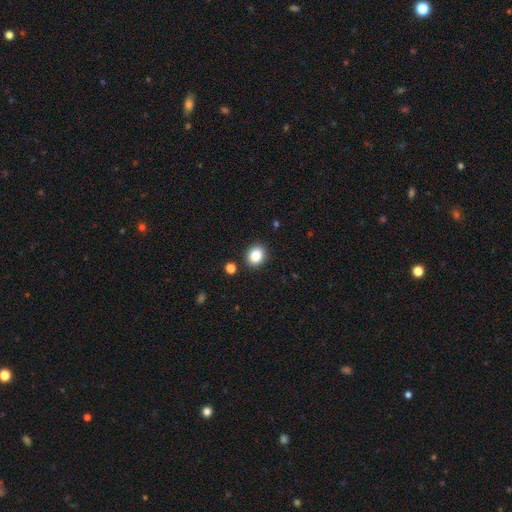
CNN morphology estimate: smooth-or-featured: smooth: 84% | star or artifact: 10% | featured or disk: 6%
  how-rounded: round: 59% | in between: 40% | cigar-shaped: 1%
  merging: none: 88% | minor disturbance: 7% | merger: 2% | major disturbance: 2%